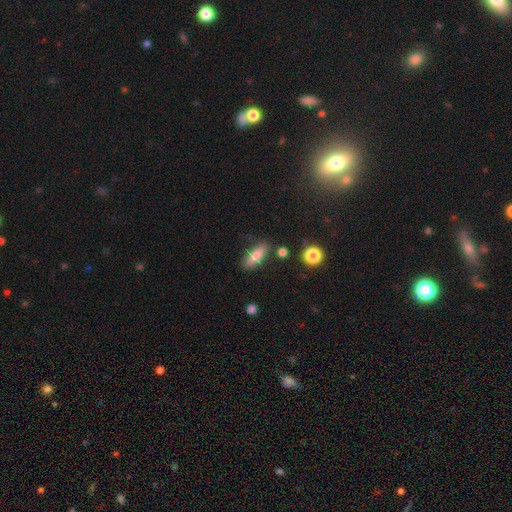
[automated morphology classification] Smooth or featured: smooth — 80% (featured or disk — 12%)
How rounded: in between — 59% (cigar-shaped — 38%)
Merging: none — 79% (minor disturbance — 14%)